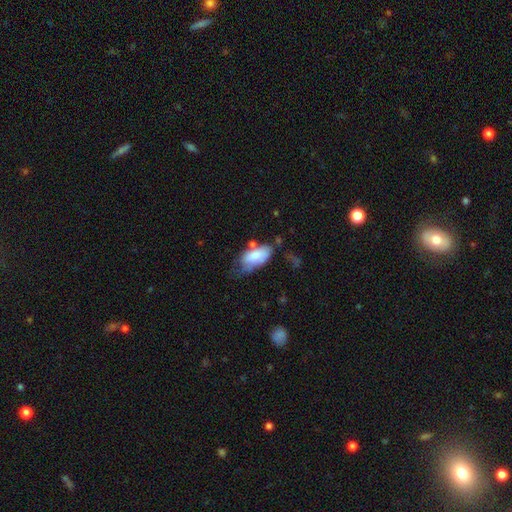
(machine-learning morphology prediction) Smooth or featured? smooth (76%)
How rounded? in between (93%)
Merging? minor disturbance (36%)